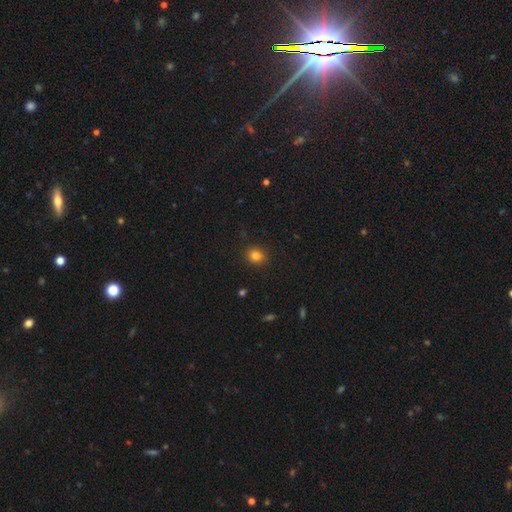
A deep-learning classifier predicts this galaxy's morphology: This appears to be a smooth galaxy with no disk features (81%) that is round (80%). Merging: none (90%).